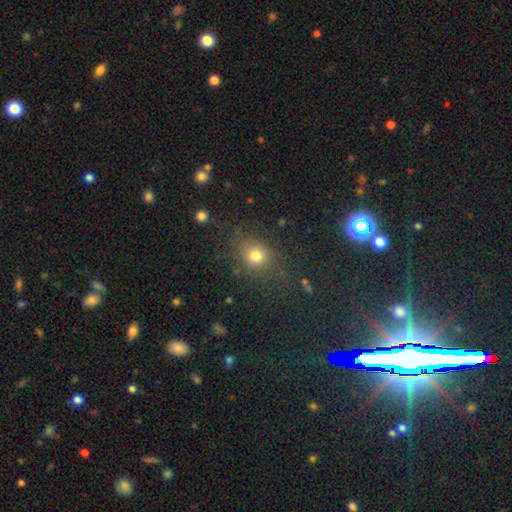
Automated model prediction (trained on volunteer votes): This is likely a smooth galaxy (73%). How rounded: likely round (70%). Merging: likely none (75%).